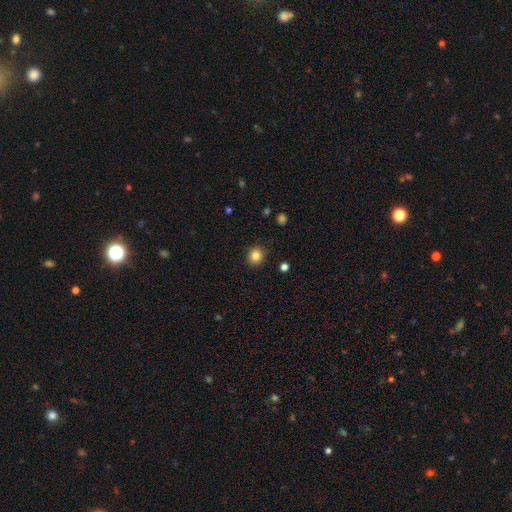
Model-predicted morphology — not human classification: Smooth or featured? Predicted: smooth (p=0.84). How rounded? Predicted: round (p=0.86). Merging? Predicted: none (p=0.91).